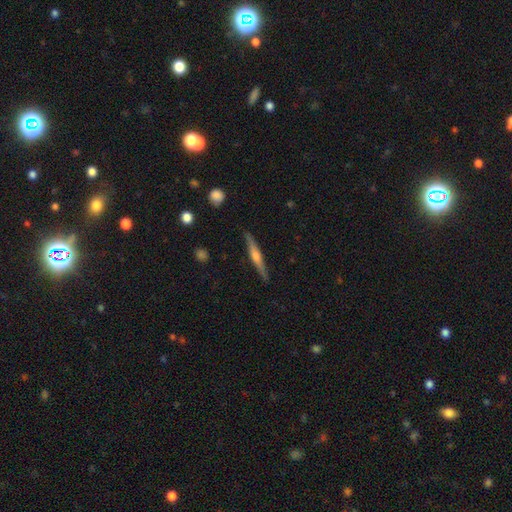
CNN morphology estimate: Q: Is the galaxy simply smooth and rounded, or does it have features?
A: featured or disk — 63%.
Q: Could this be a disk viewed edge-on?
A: yes — 98%.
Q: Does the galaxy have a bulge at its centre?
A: rounded — 77%.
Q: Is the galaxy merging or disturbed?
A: none — 89%.